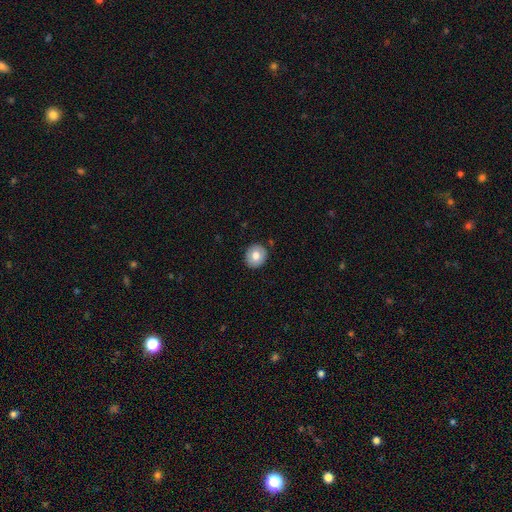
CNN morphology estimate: Overall: smooth (75%). How rounded: round (84%). Merging: none (90%).